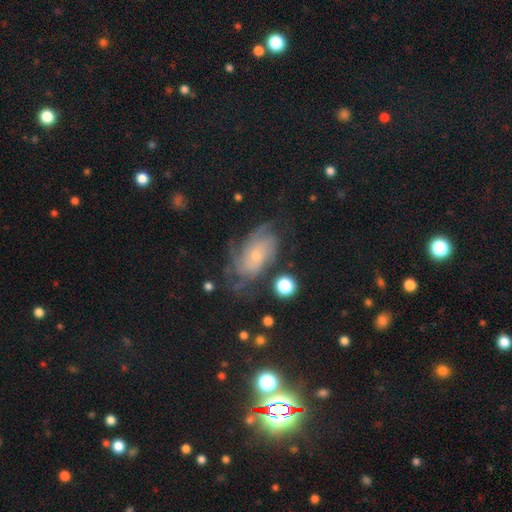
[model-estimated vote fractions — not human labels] Morphology: type=featured or disk (74%); edge-on=no (95%); bar=no (72%); spiral arms=yes (91%); winding=tight (54%); arm count=can't tell (45%); bulge=small (69%); merging=none (59%).